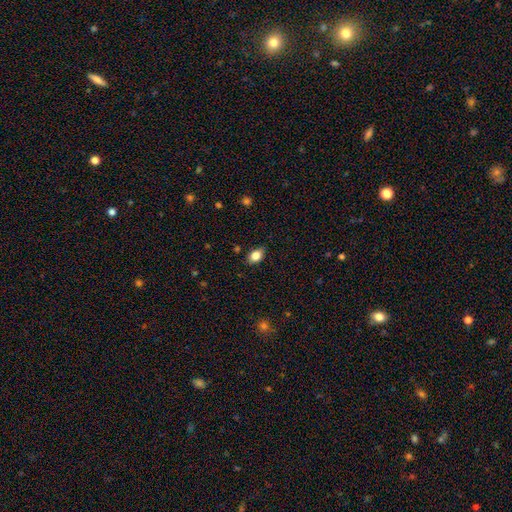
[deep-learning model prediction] Q: Smooth or featured?
A: smooth (83%); runner-up: star or artifact (9%)
Q: How rounded?
A: in between (80%); runner-up: round (18%)
Q: Merging?
A: none (82%); runner-up: minor disturbance (14%)